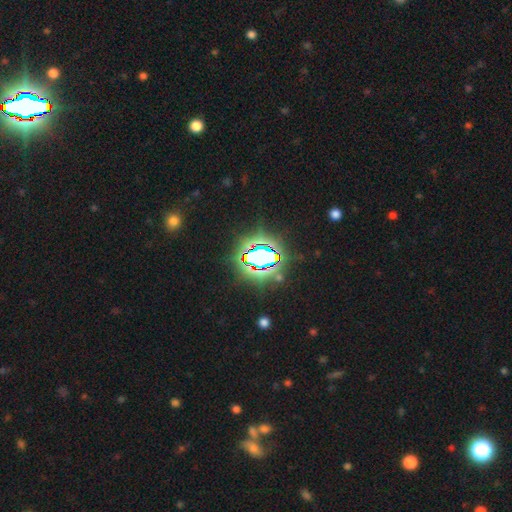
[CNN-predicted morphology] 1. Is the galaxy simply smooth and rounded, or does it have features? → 75% star or artifact, 15% smooth, 10% featured or disk.